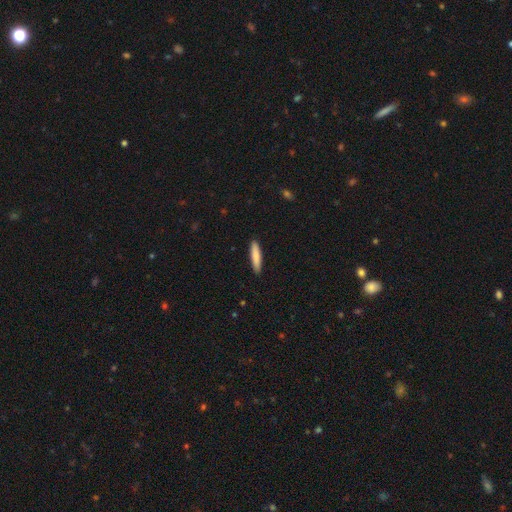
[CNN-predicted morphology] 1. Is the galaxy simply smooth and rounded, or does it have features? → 84% smooth, 11% featured or disk, 5% star or artifact.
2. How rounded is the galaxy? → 87% cigar-shaped, 12% in between, 1% round.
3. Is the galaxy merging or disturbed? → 91% none, 7% minor disturbance, 1% major disturbance, 1% merger.